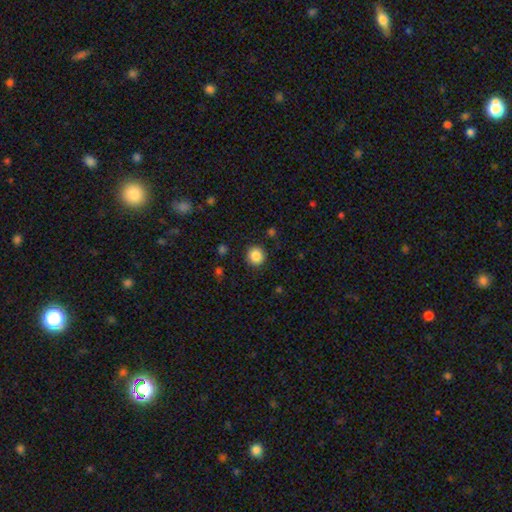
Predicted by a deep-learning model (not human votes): Smooth or featured? Predicted: smooth (p=0.86). How rounded? Predicted: round (p=0.91). Merging? Predicted: none (p=0.90).